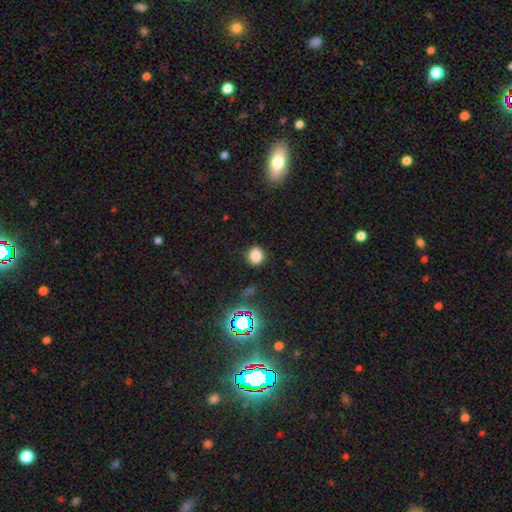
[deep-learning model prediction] Smooth or featured? Predicted: smooth (p=0.80). How rounded? Predicted: round (p=0.74). Merging? Predicted: none (p=0.86).